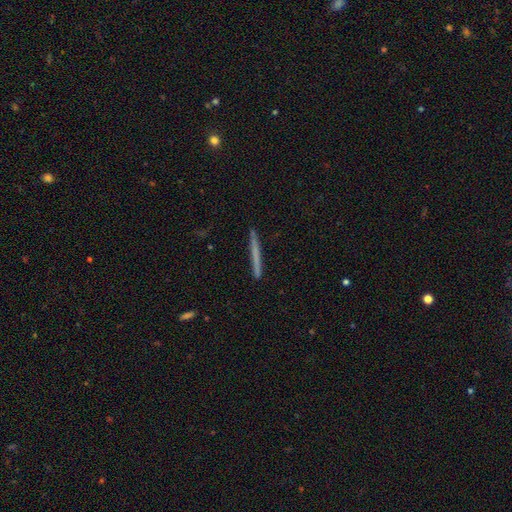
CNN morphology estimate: The model was most divided on "smooth or featured": smooth: 55%, featured or disk: 39%, star or artifact: 6%. More confident: how rounded — cigar-shaped (97%); merging — none (91%).